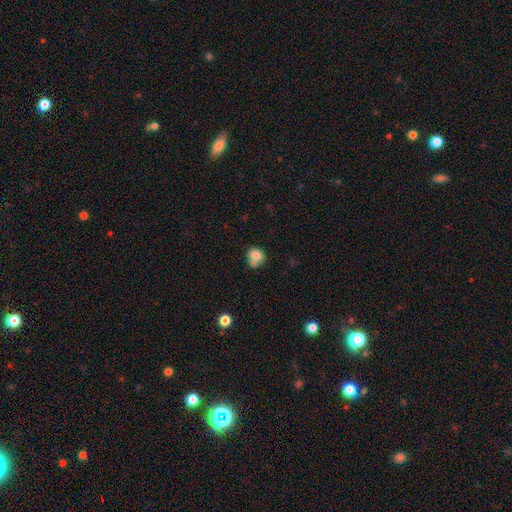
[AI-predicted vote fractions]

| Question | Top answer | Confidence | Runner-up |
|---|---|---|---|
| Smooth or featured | smooth | 79% | featured or disk (11%) |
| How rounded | round | 75% | in between (24%) |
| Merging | none | 50% | merger (22%) |